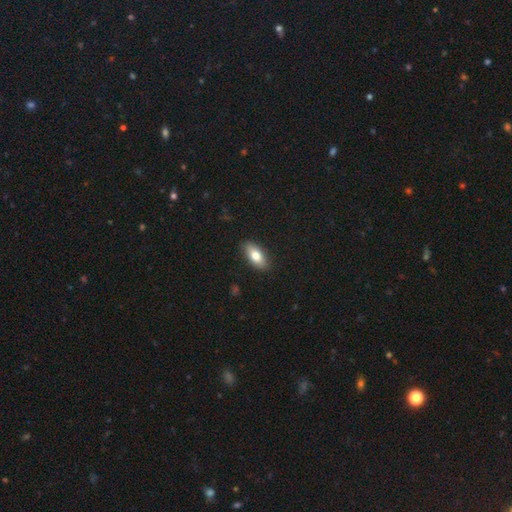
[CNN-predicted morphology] Overall: smooth (79%). How rounded: in between (88%). Merging: none (88%).